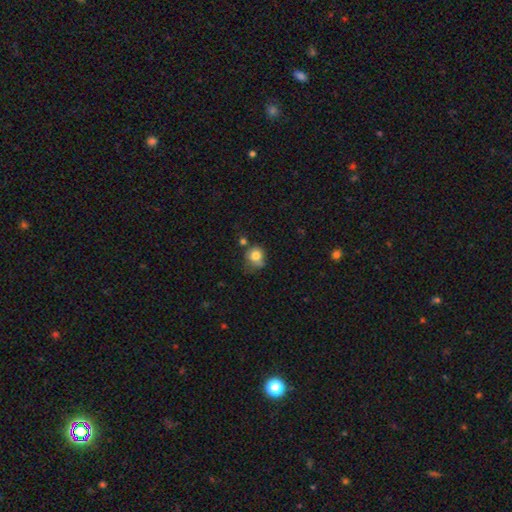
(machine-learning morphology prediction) Q: Smooth or featured?
A: smooth (80%); runner-up: star or artifact (11%)
Q: How rounded?
A: round (79%); runner-up: in between (20%)
Q: Merging?
A: none (55%); runner-up: minor disturbance (27%)